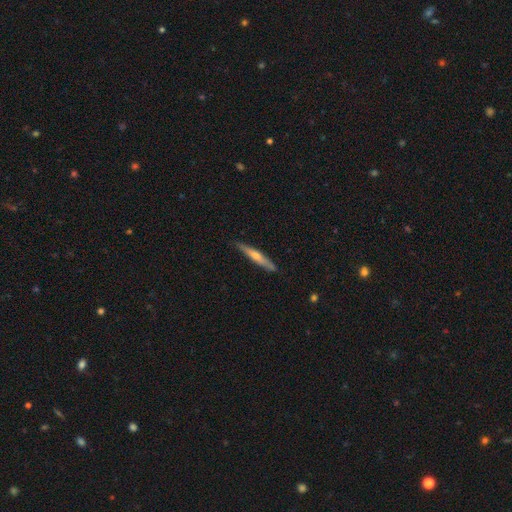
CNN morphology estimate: Smooth or featured? Predicted: featured or disk (p=0.56). Edge-on disk? Predicted: yes (p=0.95). Edge-on bulge? Predicted: rounded (p=0.77). Merging? Predicted: none (p=0.86).